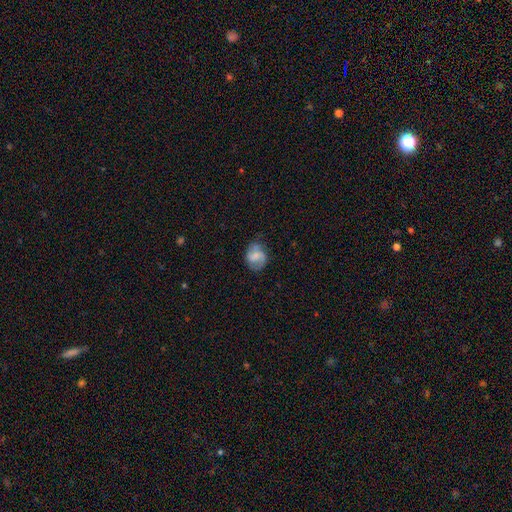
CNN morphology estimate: featured or disk 57%, smooth 35%, star or artifact 8%. Down the decision tree: edge-on disk — no (98%); bar — weak (49%); spiral arms — yes (89%); bulge size — none (34%); merging — none (67%).